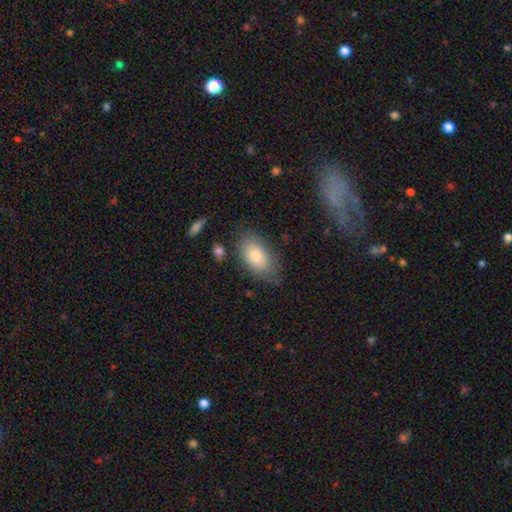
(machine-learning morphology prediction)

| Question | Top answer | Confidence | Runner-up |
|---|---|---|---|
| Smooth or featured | smooth | 77% | featured or disk (16%) |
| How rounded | in between | 93% | round (5%) |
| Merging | none | 74% | minor disturbance (18%) |